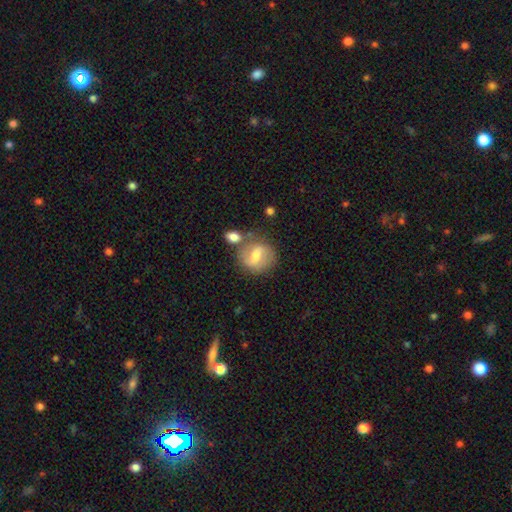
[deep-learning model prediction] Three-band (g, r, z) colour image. It shows a featured or disk galaxy (49%). Merging: none (60%).